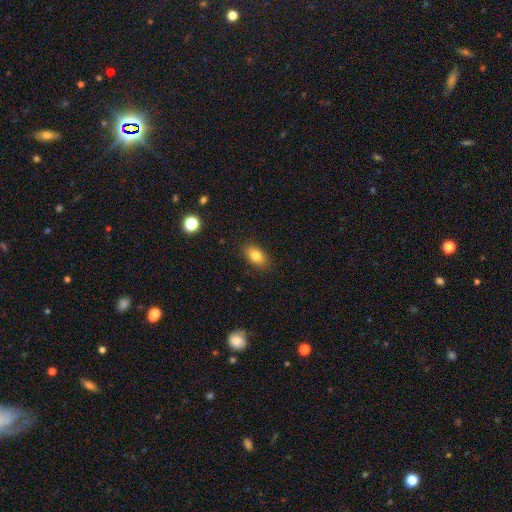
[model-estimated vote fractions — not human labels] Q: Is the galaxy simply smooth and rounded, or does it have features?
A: smooth — 82%.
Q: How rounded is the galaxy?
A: in between — 86%.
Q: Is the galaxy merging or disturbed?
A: none — 86%.